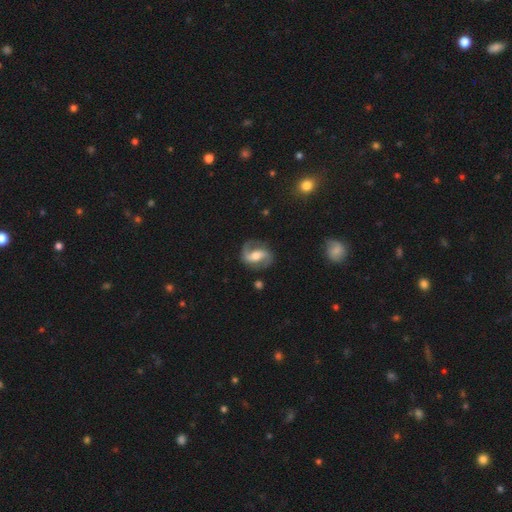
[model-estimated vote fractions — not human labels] This is clearly a featured or disk galaxy (87%). It is clearly not viewed edge-on (97%). Bar: marginally weak (40%). Spiral arm pattern: clearly yes (96%). Spiral arm count: clearly 2 (93%). Spiral winding: possibly medium (47%). Central bulge: likely moderate (66%). Merging: clearly none (81%).